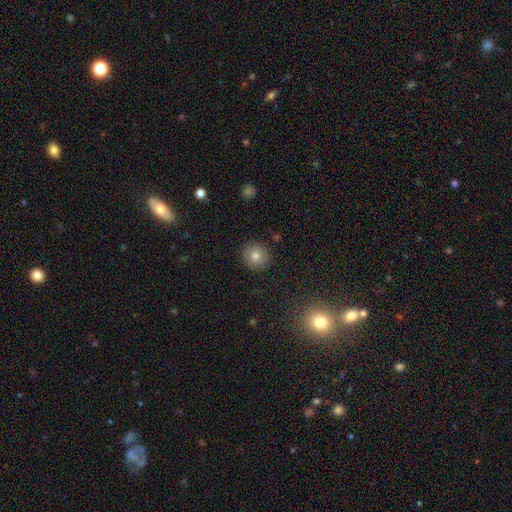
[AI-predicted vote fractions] This is likely a smooth galaxy (79%). How rounded: clearly round (90%). Merging: clearly none (90%).